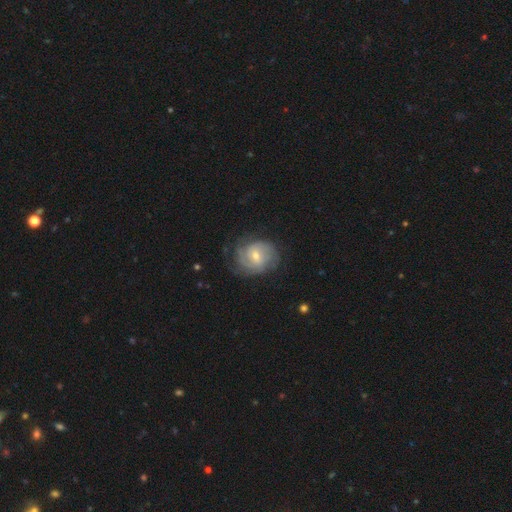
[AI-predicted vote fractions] featured or disk 74%, smooth 20%, star or artifact 6%. Down the decision tree: edge-on disk — no (98%); bar — no (49%); spiral arms — yes (91%); spiral arm count — can't tell (39%); spiral winding — tight (60%); bulge size — small (48%); merging — none (68%).